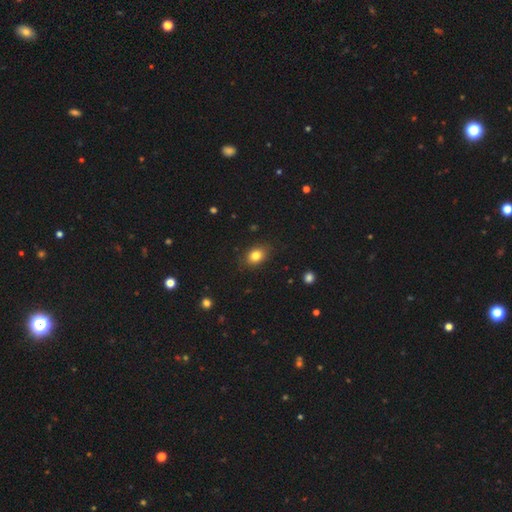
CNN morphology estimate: This is clearly a smooth galaxy (82%). How rounded: likely in between (64%). Merging: clearly none (85%).